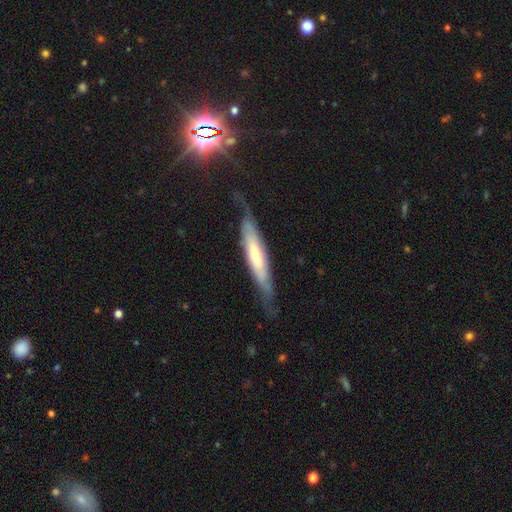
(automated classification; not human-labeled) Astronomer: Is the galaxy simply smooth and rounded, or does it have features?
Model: featured or disk — 56% (runner-up: smooth, 38%).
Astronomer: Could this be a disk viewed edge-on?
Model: yes — 63%.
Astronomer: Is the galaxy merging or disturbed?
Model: none — 63%.